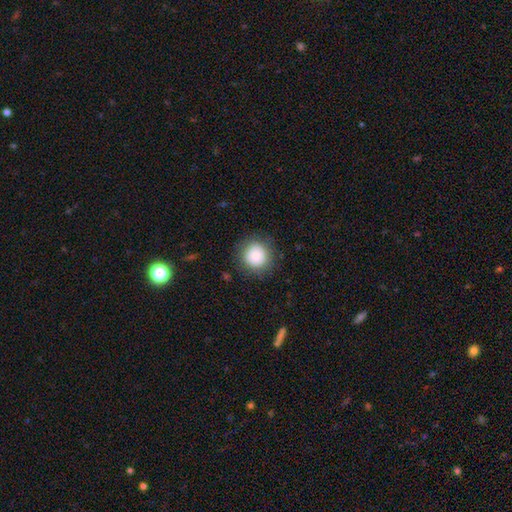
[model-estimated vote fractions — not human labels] A smooth galaxy with no disk features (84%) that is round (92%).

Vote fractions:
- Smooth or featured? smooth: 84% / star or artifact: 9% / featured or disk: 7%
- How rounded? round: 92% / in between: 7% / cigar-shaped: 1%
- Merging? none: 86% / minor disturbance: 9% / major disturbance: 4% / merger: 1%